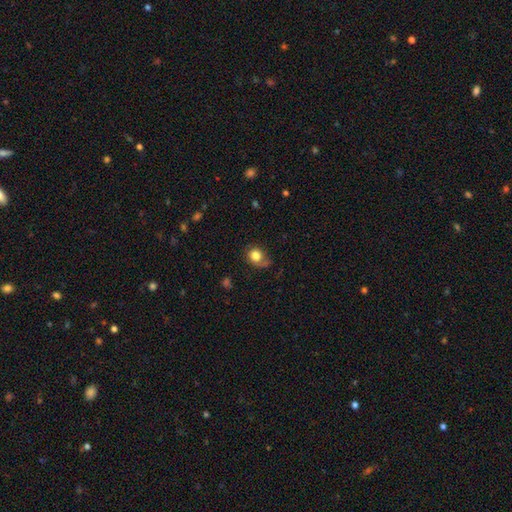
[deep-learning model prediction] A smooth galaxy with no disk features (79%) that is round (72%). Merging: none (60%).